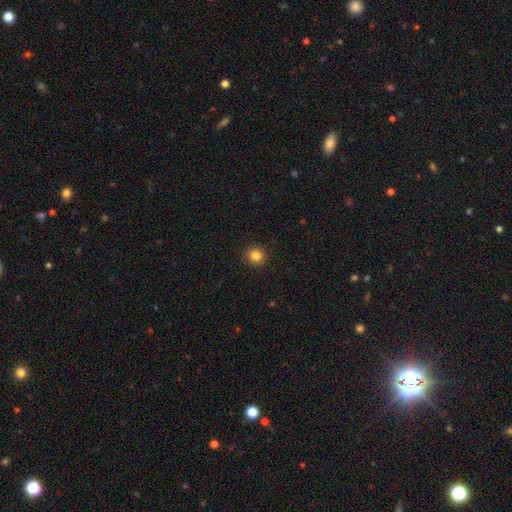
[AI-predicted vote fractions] smooth-or-featured: smooth: 83% | star or artifact: 12% | featured or disk: 4%
  how-rounded: round: 94% | in between: 5% | cigar-shaped: 1%
  merging: none: 93% | minor disturbance: 4% | major disturbance: 2% | merger: 1%